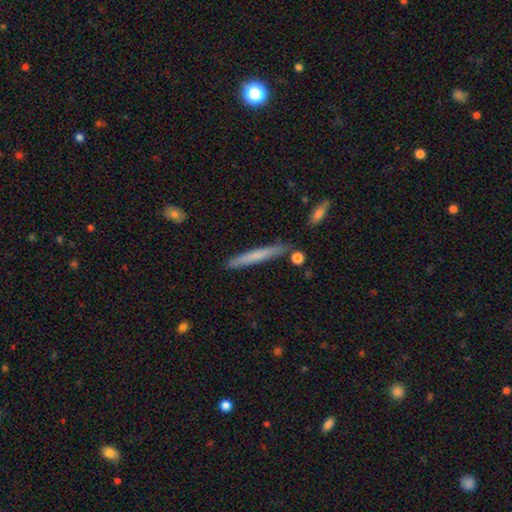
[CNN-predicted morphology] Smooth or featured? Predicted: smooth (p=0.65). How rounded? Predicted: cigar-shaped (p=0.96). Merging? Predicted: none (p=0.86).